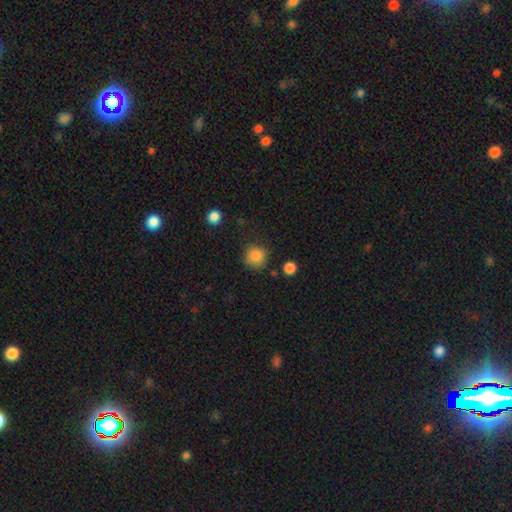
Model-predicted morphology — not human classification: A smooth galaxy with no disk features (85%) that is round (90%).

Vote fractions:
- Smooth or featured? smooth: 85% / star or artifact: 11% / featured or disk: 5%
- How rounded? round: 90% / in between: 9% / cigar-shaped: 1%
- Merging? none: 80% / minor disturbance: 13% / major disturbance: 4% / merger: 3%